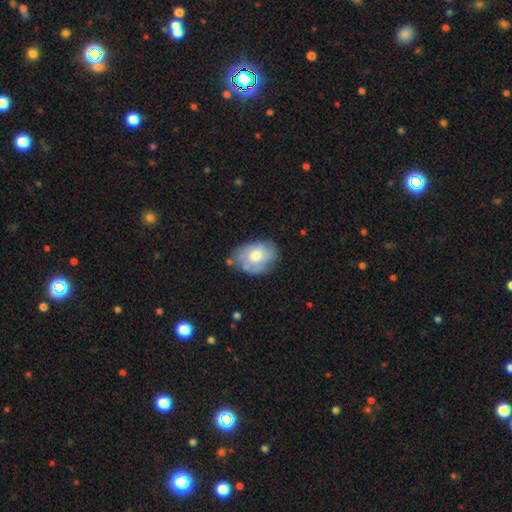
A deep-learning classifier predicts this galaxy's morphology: Smooth or featured?
  - smooth: 58% *
  - featured or disk: 36%
  - star or artifact: 7%
How rounded?
  - in between: 77% *
  - round: 22%
  - cigar-shaped: 1%
Merging?
  - none: 64% *
  - minor disturbance: 25%
  - major disturbance: 7%
  - merger: 3%